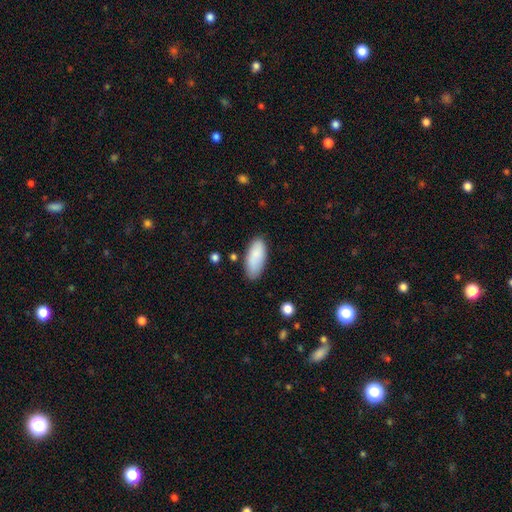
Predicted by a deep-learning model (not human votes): smooth_or_featured: smooth (p=0.86) [alt: featured or disk p=0.08]
how_rounded: in between (p=0.86) [alt: cigar-shaped p=0.12]
merging: none (p=0.77) [alt: minor disturbance p=0.17]